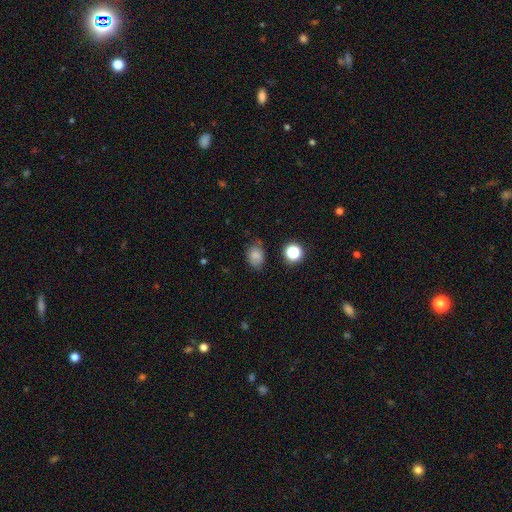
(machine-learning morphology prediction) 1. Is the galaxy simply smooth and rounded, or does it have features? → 77% smooth, 13% star or artifact, 10% featured or disk.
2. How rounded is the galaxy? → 67% in between, 32% round, 1% cigar-shaped.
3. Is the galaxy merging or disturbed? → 66% none, 25% minor disturbance, 6% major disturbance, 3% merger.